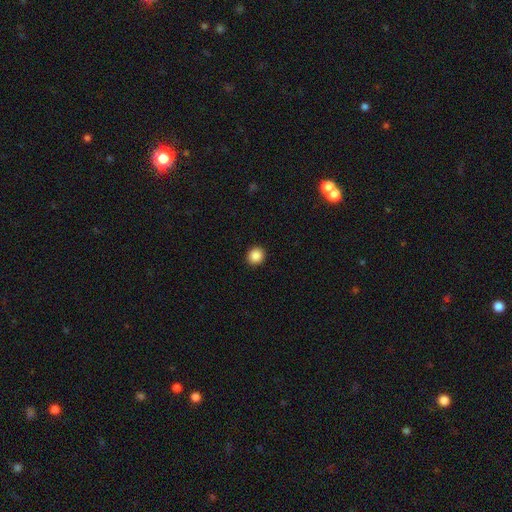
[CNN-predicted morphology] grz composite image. It shows a smooth galaxy with no disk features (88%) that is round (87%). Merging: none (93%).